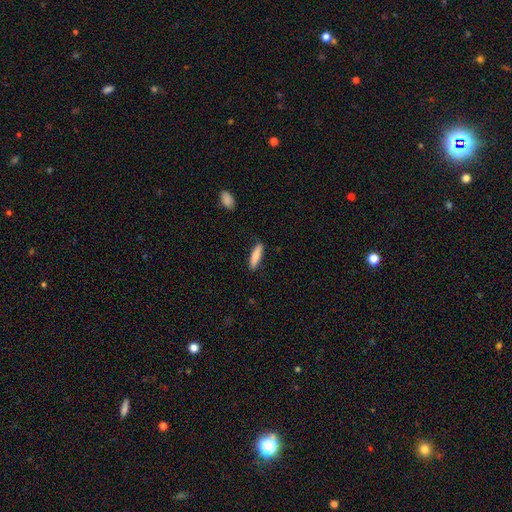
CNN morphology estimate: This appears to be a smooth galaxy with no disk features (83%) that is cigar-shaped (74%). Merging: none (86%).